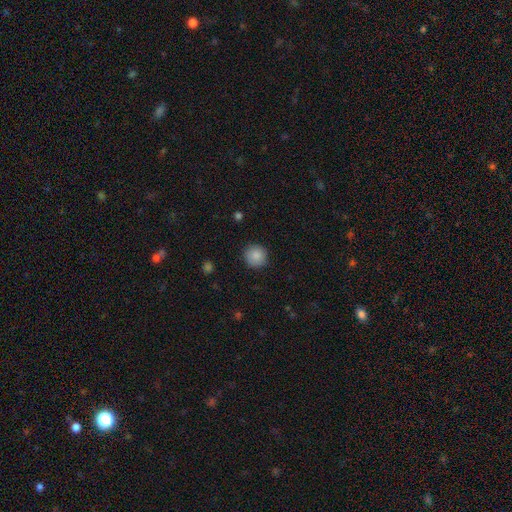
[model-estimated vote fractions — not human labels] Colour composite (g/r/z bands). It shows a smooth galaxy with no disk features (87%) that is round (94%). Merging: none (90%).